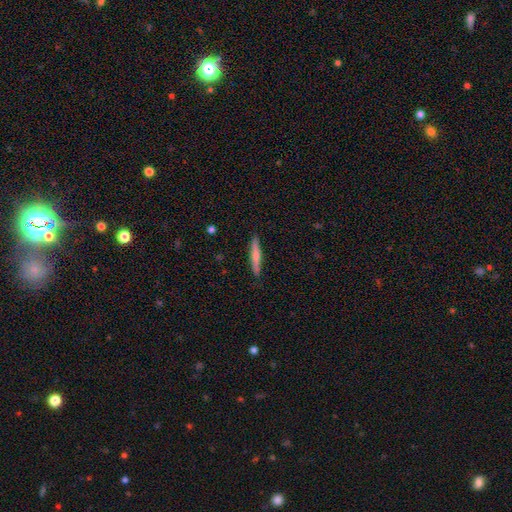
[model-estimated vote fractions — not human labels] Smooth or featured?
  - smooth: 57% *
  - featured or disk: 37%
  - star or artifact: 5%
How rounded?
  - cigar-shaped: 93% *
  - in between: 5%
  - round: 2%
Merging?
  - none: 89% *
  - minor disturbance: 8%
  - major disturbance: 2%
  - merger: 1%